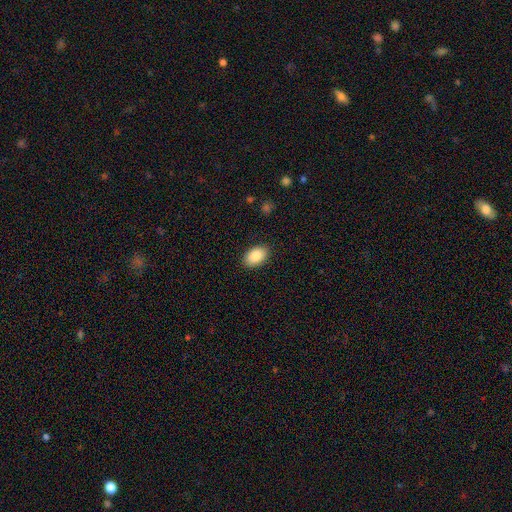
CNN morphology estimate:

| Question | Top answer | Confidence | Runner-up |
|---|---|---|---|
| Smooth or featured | smooth | 88% | star or artifact (7%) |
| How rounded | in between | 90% | round (9%) |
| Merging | none | 89% | minor disturbance (8%) |